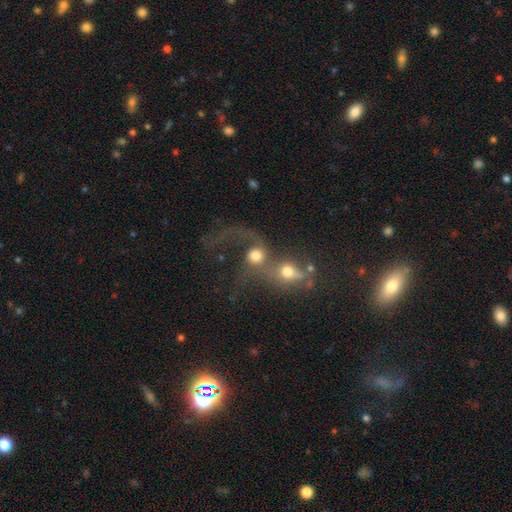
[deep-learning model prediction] A smooth galaxy with no disk features (50%) that is round (74%). Merging: merger (75%).